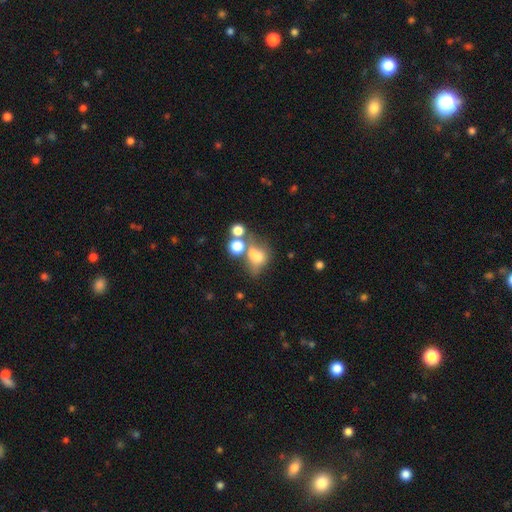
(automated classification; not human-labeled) Morphology: type=smooth (63%); roundness=in between (57%); merging=merger (44%).